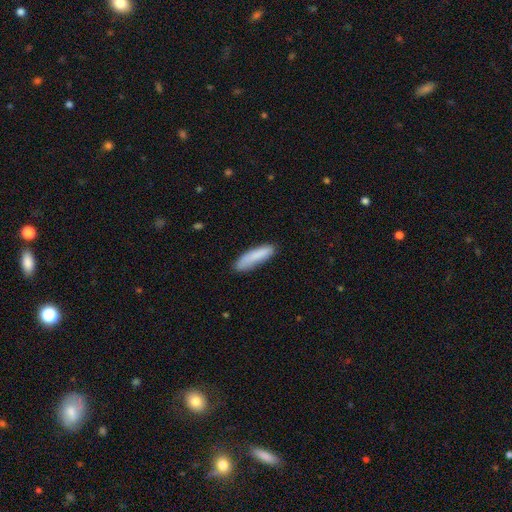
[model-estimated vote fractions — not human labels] A smooth galaxy with no disk features (83%) that is cigar-shaped (70%). Merging: none (75%).